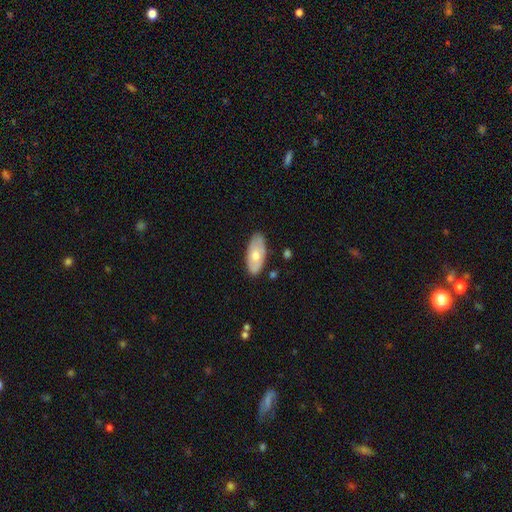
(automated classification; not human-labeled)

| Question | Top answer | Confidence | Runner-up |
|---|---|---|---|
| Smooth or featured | smooth | 62% | featured or disk (32%) |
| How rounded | in between | 90% | cigar-shaped (7%) |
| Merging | none | 80% | minor disturbance (15%) |